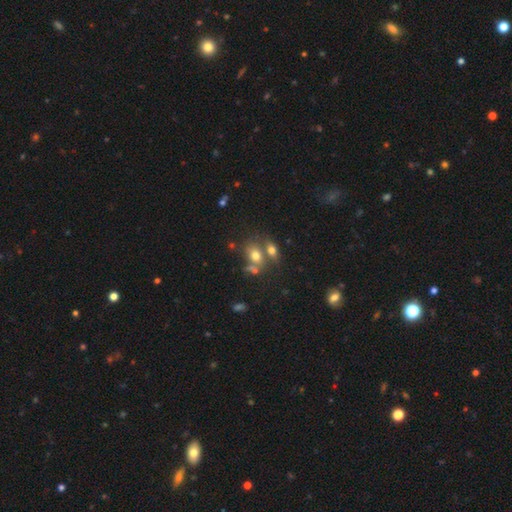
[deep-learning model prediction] Morphology: type=smooth (69%); roundness=in between (63%); merging=merger (43%).